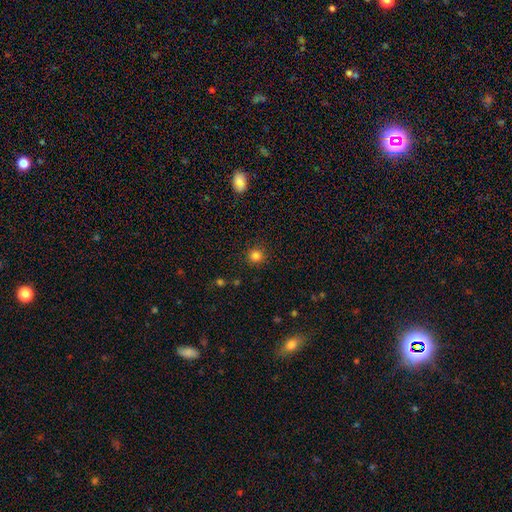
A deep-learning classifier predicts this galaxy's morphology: The model was most divided on "smooth or featured": smooth: 83%, star or artifact: 13%, featured or disk: 4%. More confident: how rounded — round (93%); merging — none (90%).